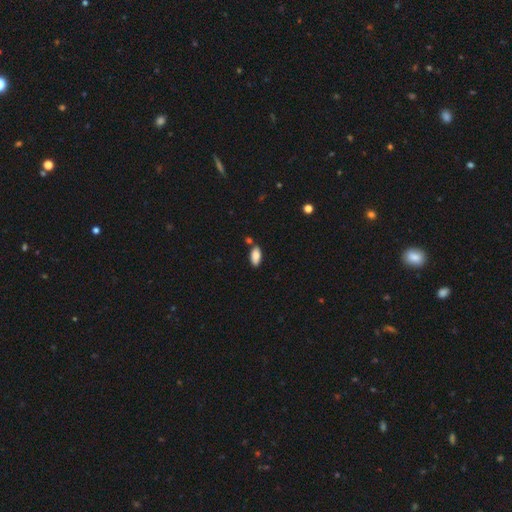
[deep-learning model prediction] Morphology: type=smooth (86%); roundness=in between (91%); merging=none (79%).